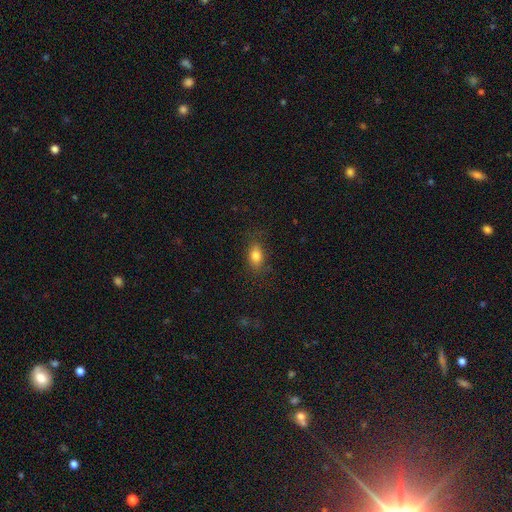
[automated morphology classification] type=smooth (82%); roundness=in between (82%); merging=none (79%).